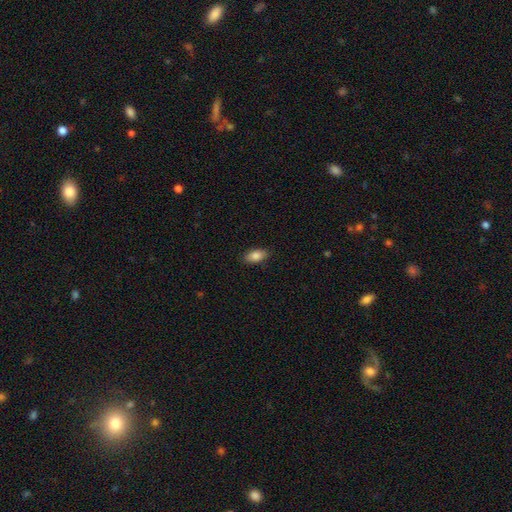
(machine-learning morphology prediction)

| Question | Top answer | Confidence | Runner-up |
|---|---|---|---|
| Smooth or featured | smooth | 85% | star or artifact (7%) |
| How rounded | in between | 91% | cigar-shaped (5%) |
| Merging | none | 88% | minor disturbance (9%) |